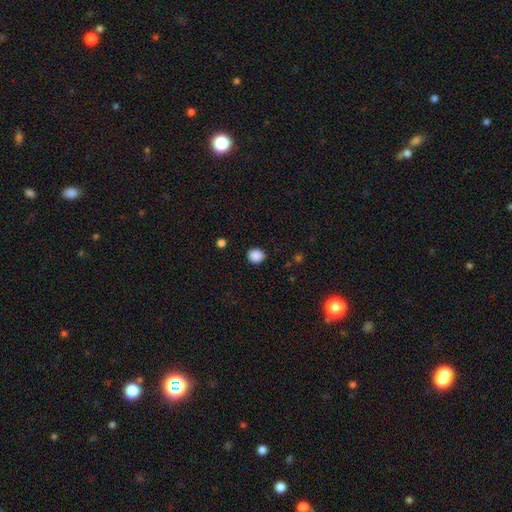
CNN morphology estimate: smooth-or-featured: smooth: 88% | star or artifact: 9% | featured or disk: 2%
  how-rounded: round: 80% | in between: 19% | cigar-shaped: 1%
  merging: none: 88% | minor disturbance: 8% | major disturbance: 2% | merger: 1%